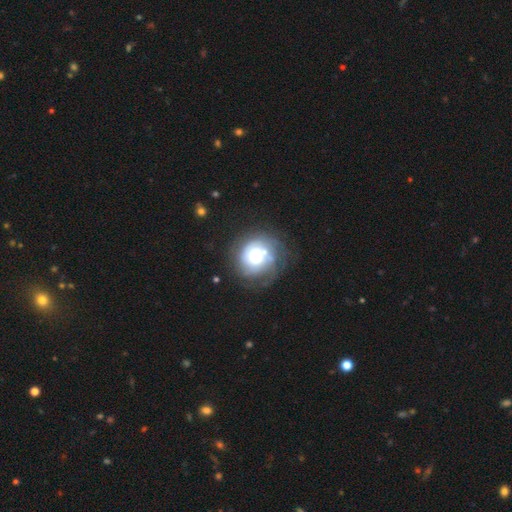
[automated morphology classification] type=featured or disk (49%); merging=none (59%).